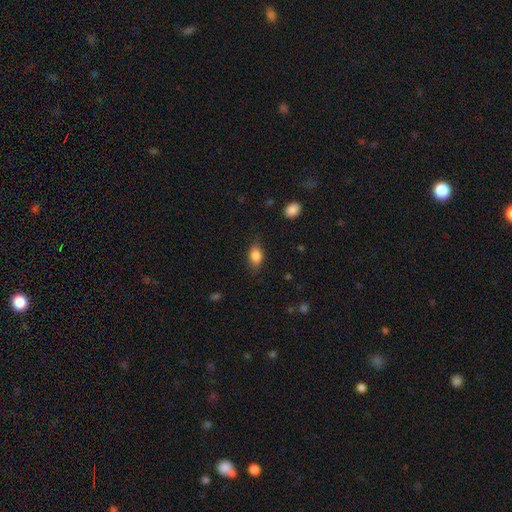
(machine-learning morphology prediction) A smooth galaxy with no disk features (85%) that is in between round and cigar-shaped (84%). Merging: none (79%).